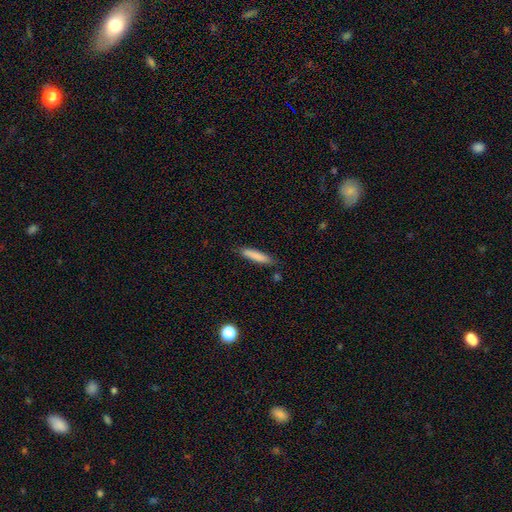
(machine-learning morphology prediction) This appears to be a smooth galaxy with no disk features (83%) that is cigar-shaped (86%). Merging: none (84%).